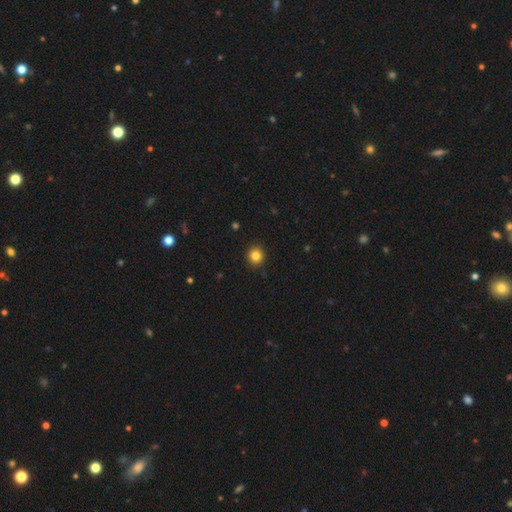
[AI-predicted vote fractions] This appears to be a smooth galaxy with no disk features (84%) that is round (91%). Merging: none (92%).